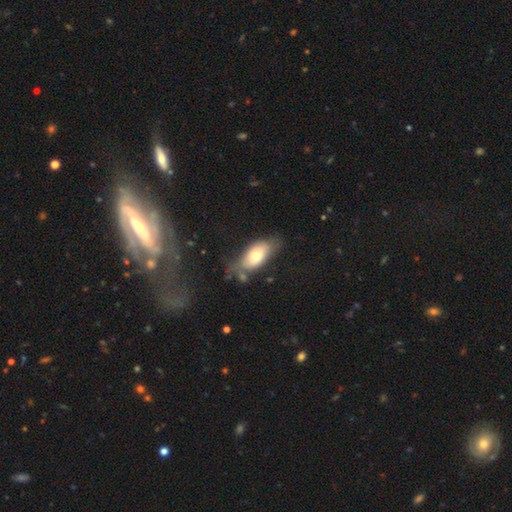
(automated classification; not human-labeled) smooth-or-featured: smooth: 67% | featured or disk: 26% | star or artifact: 7%
  how-rounded: in between: 89% | cigar-shaped: 7% | round: 4%
  merging: none: 52% | minor disturbance: 28% | major disturbance: 13% | merger: 8%